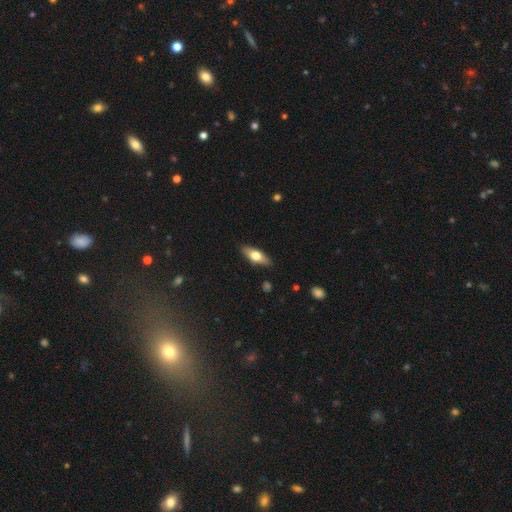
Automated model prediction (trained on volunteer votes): smooth 58%, featured or disk 36%, star or artifact 6%. Down the decision tree: how rounded — in between (64%); merging — none (88%).